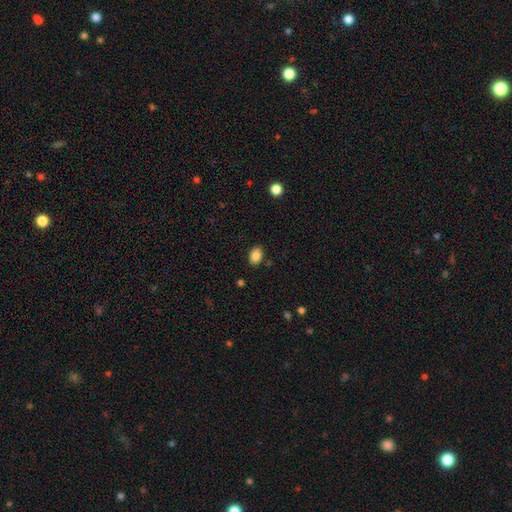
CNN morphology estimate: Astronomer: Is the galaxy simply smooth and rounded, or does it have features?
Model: smooth — 85%.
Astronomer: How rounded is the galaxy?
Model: in between — 81%.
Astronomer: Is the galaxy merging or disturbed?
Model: none — 85%.